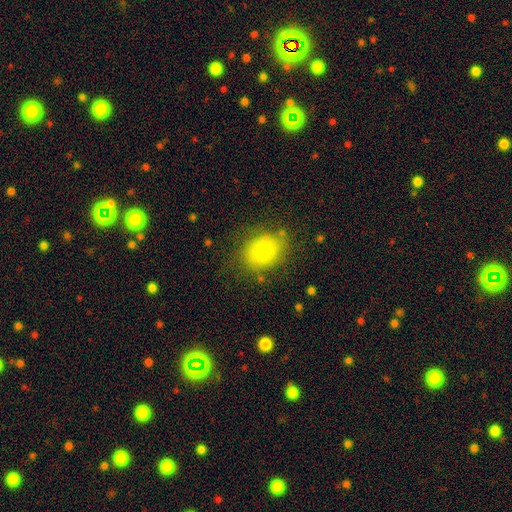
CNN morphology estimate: The model was most divided on "how rounded": in between: 56%, round: 43%, cigar-shaped: 1%. More confident: smooth or featured — smooth (81%); merging — none (72%).